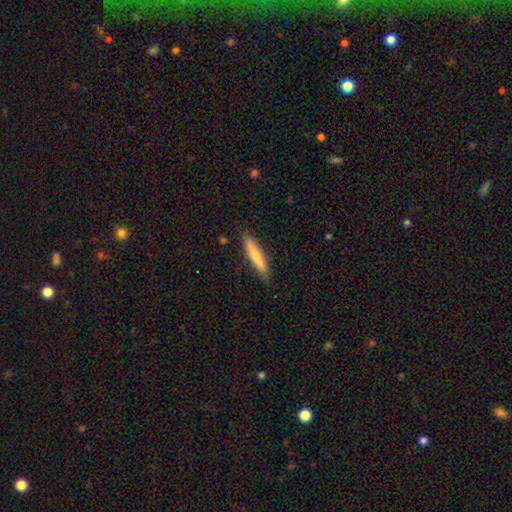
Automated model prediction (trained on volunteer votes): Smooth or featured? smooth (75%)
How rounded? cigar-shaped (90%)
Merging? none (86%)